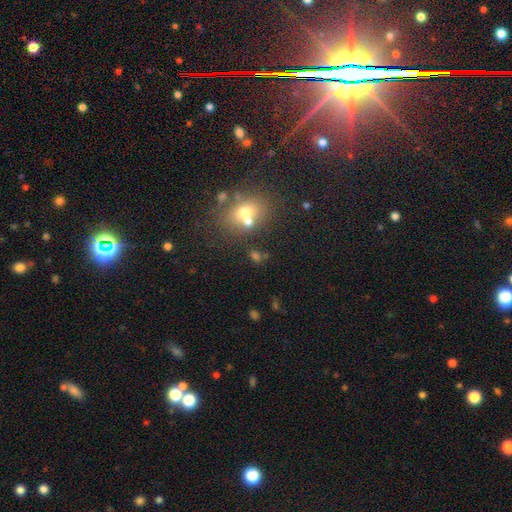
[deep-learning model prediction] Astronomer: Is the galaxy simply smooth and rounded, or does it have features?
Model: smooth — 57%.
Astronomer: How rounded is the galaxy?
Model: in between — 52% (runner-up: round, 45%).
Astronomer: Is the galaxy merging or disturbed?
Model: none — 54% (runner-up: merger, 30%).